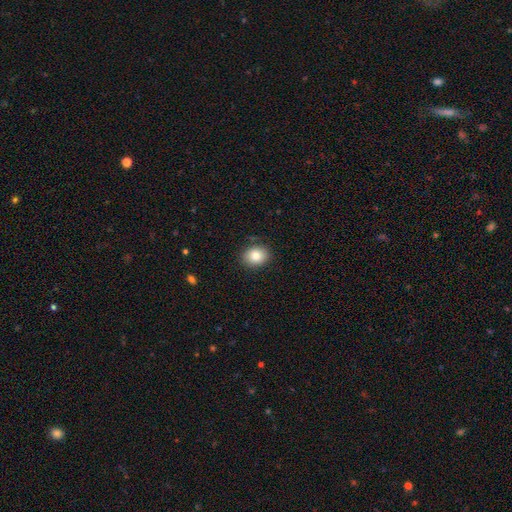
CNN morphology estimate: Smooth or featured? Predicted: smooth (p=0.82). How rounded? Predicted: round (p=0.54). Merging? Predicted: none (p=0.86).